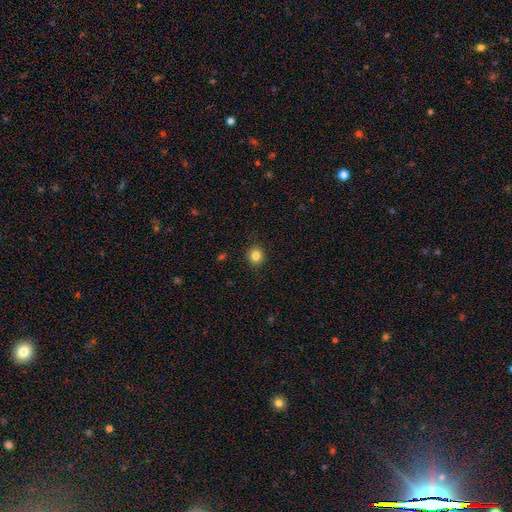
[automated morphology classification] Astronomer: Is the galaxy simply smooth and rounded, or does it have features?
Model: smooth — 83%.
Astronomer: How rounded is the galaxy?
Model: round — 88%.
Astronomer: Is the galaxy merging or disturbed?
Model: none — 91%.